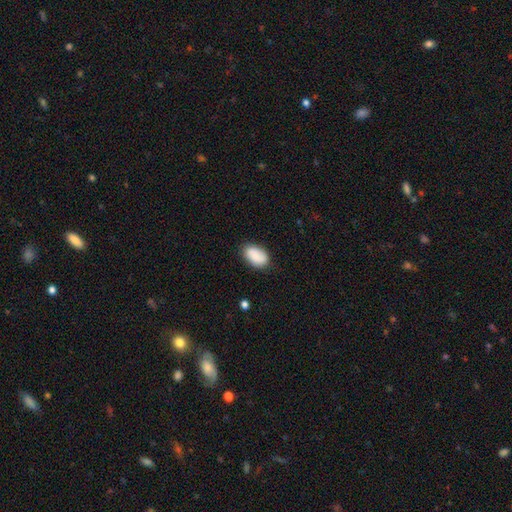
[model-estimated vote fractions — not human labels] Smooth or featured? smooth (88%)
How rounded? in between (92%)
Merging? none (81%)